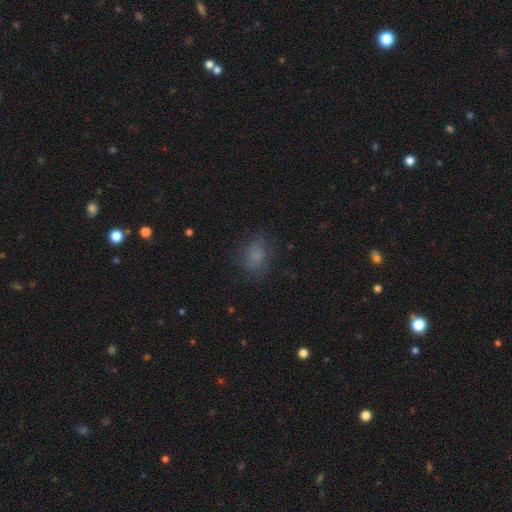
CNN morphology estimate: smooth 74%, star or artifact 15%, featured or disk 11%. Down the decision tree: how rounded — in between (50%); merging — none (69%).